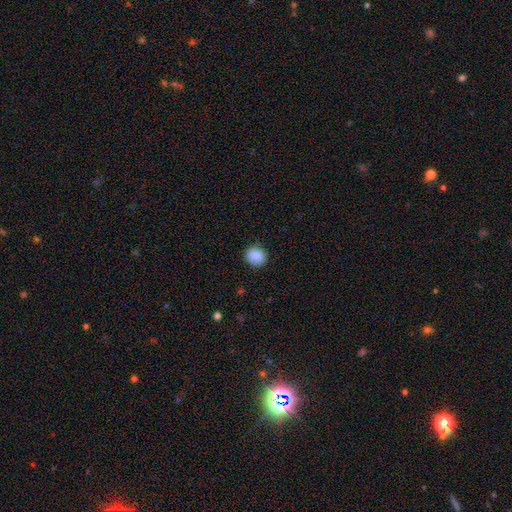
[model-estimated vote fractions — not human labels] Smooth or featured: smooth — 89% (star or artifact — 8%)
How rounded: round — 81% (in between — 18%)
Merging: none — 86% (minor disturbance — 10%)